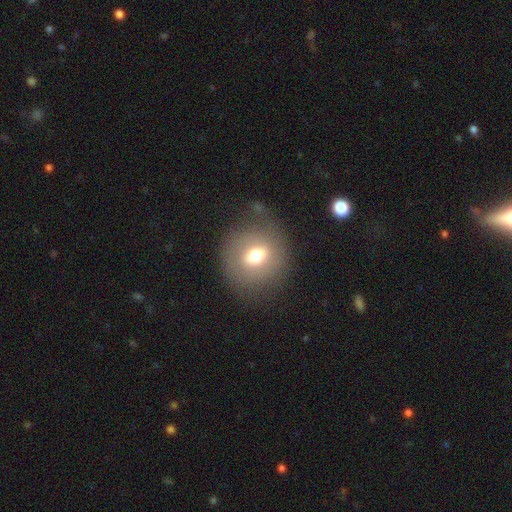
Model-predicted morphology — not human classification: Q: Smooth or featured?
A: smooth (60%); runner-up: featured or disk (28%)
Q: How rounded?
A: round (80%); runner-up: in between (18%)
Q: Merging?
A: none (74%); runner-up: minor disturbance (15%)